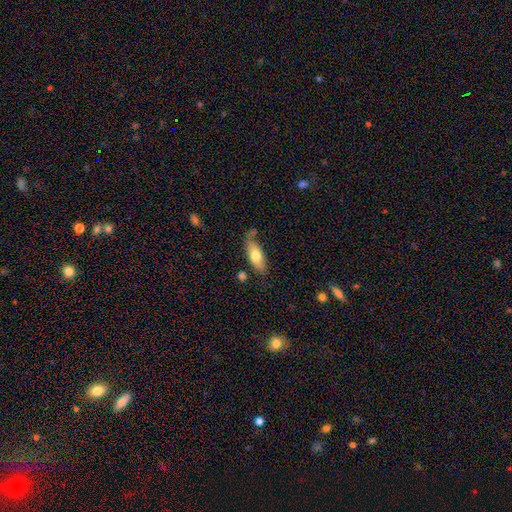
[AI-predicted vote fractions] Smooth or featured?
  - smooth: 71% *
  - featured or disk: 23%
  - star or artifact: 6%
How rounded?
  - in between: 75% *
  - cigar-shaped: 22%
  - round: 3%
Merging?
  - none: 62% *
  - minor disturbance: 24%
  - merger: 7%
  - major disturbance: 7%